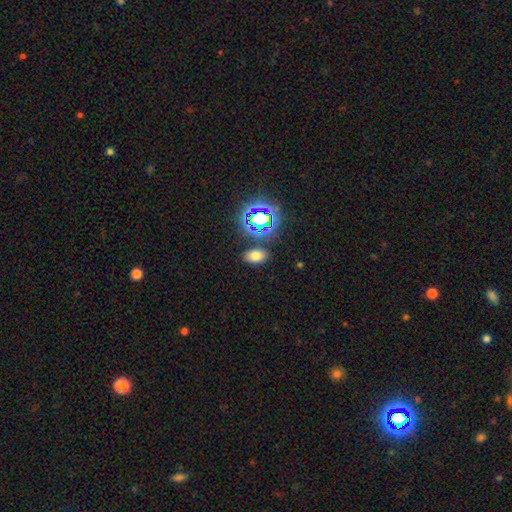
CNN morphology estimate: smooth-or-featured: smooth: 67% | star or artifact: 24% | featured or disk: 8%
  how-rounded: in between: 86% | round: 12% | cigar-shaped: 2%
  merging: none: 83% | minor disturbance: 10% | merger: 4% | major disturbance: 3%